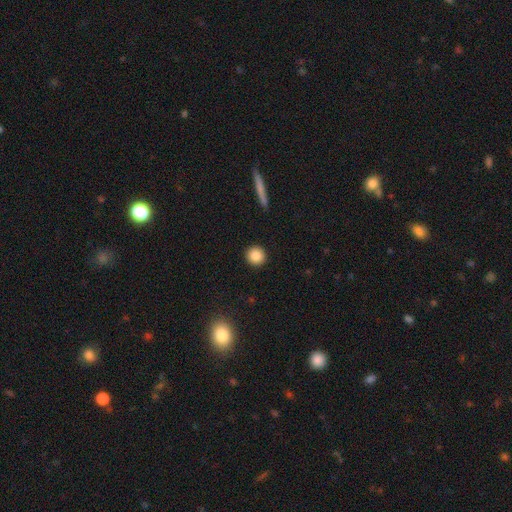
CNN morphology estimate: smooth-or-featured: smooth: 85% | star or artifact: 9% | featured or disk: 6%
  how-rounded: round: 94% | in between: 5% | cigar-shaped: 1%
  merging: none: 93% | minor disturbance: 5% | major disturbance: 2% | merger: 1%